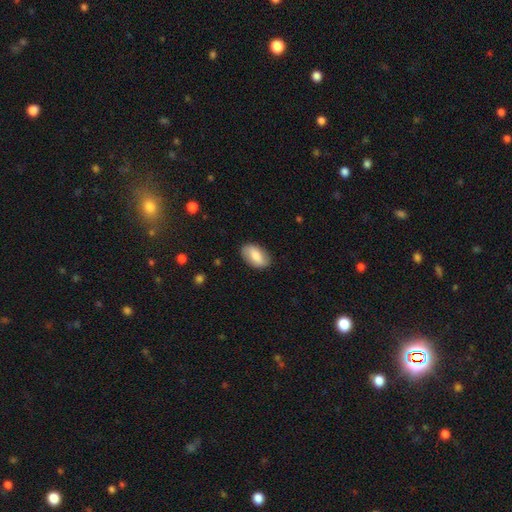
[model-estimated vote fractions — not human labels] smooth_or_featured: smooth (p=0.74) [alt: featured or disk p=0.20]
how_rounded: in between (p=0.93) [alt: round p=0.05]
merging: none (p=0.85) [alt: minor disturbance p=0.11]